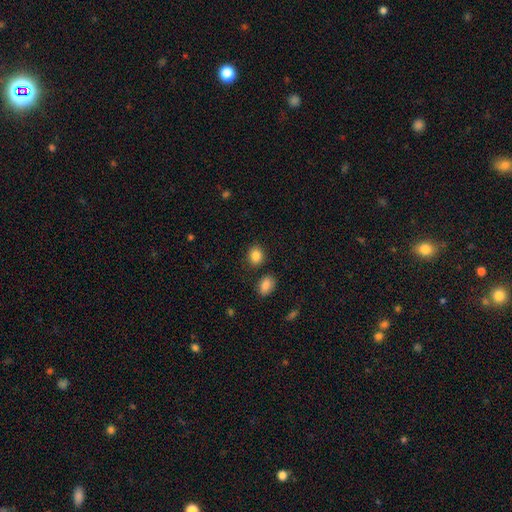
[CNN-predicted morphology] Q: Smooth or featured?
A: smooth (86%); runner-up: star or artifact (10%)
Q: How rounded?
A: round (65%); runner-up: in between (34%)
Q: Merging?
A: none (83%); runner-up: minor disturbance (9%)